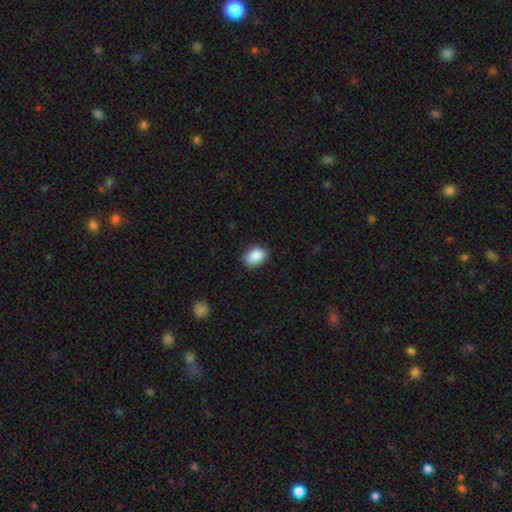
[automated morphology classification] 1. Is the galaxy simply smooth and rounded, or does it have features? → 88% smooth, 8% star or artifact, 4% featured or disk.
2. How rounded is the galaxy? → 79% in between, 19% round, 1% cigar-shaped.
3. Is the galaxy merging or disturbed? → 79% none, 17% minor disturbance, 3% major disturbance, 1% merger.